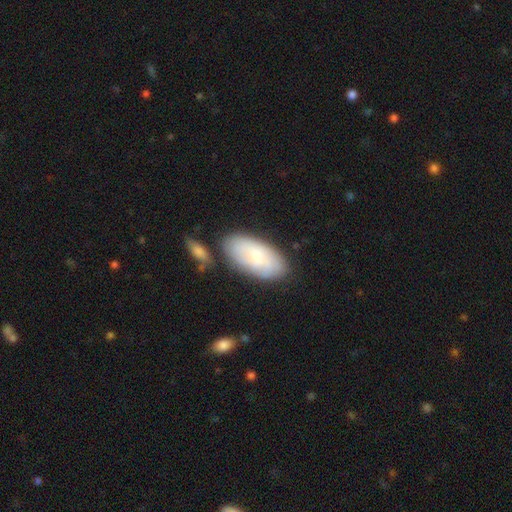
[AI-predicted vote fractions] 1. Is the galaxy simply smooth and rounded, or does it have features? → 71% smooth, 23% featured or disk, 6% star or artifact.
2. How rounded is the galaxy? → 94% in between, 4% cigar-shaped, 2% round.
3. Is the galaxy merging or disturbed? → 71% none, 17% minor disturbance, 8% merger, 4% major disturbance.